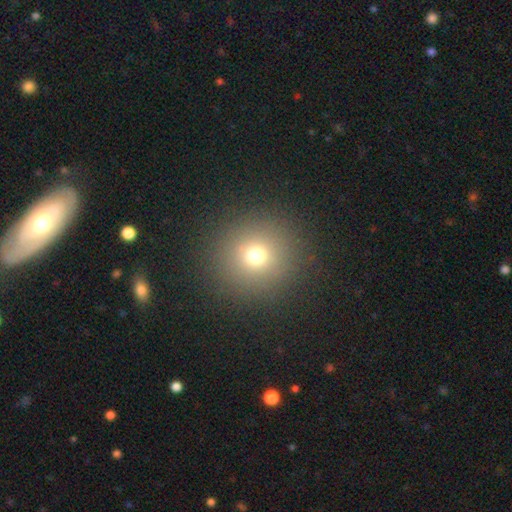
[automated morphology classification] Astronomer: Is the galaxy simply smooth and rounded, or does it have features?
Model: smooth — 70%.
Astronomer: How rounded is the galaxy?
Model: round — 94%.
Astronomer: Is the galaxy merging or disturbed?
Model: none — 89%.